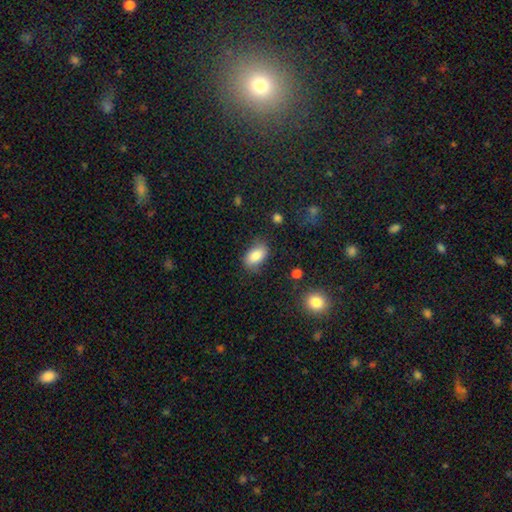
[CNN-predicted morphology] The model was most divided on "merging": none: 74%, minor disturbance: 18%, major disturbance: 5%, merger: 2%. More confident: how rounded — in between (91%); smooth or featured — smooth (85%).